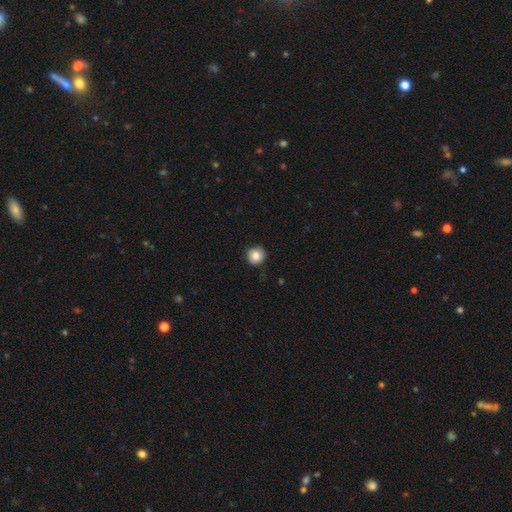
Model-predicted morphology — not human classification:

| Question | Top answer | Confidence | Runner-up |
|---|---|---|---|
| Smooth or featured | smooth | 84% | star or artifact (9%) |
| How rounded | round | 94% | in between (5%) |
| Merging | none | 86% | minor disturbance (10%) |